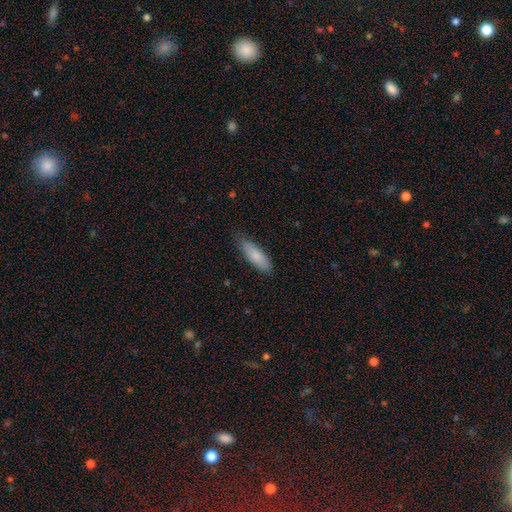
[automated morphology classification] Smooth or featured? smooth (81%)
How rounded? in between (58%)
Merging? none (73%)